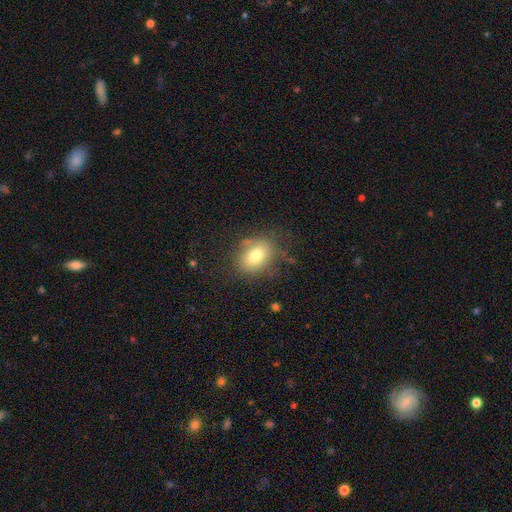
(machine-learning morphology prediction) This appears to be a smooth galaxy with no disk features (75%) that is in between round and cigar-shaped (67%). Merging: none (72%).